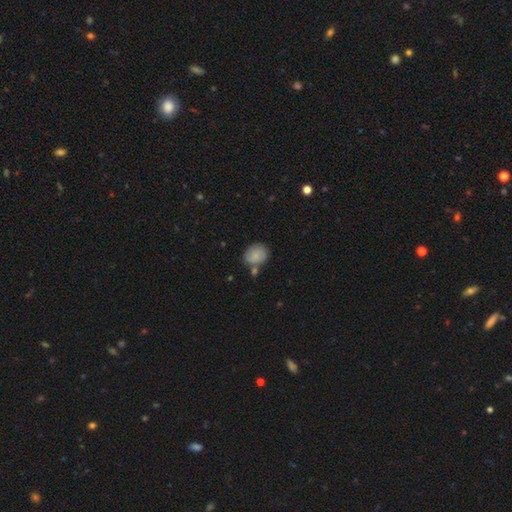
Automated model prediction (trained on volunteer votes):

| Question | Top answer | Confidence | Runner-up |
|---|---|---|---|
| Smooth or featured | smooth | 74% | featured or disk (18%) |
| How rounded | round | 55% | in between (44%) |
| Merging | none | 60% | minor disturbance (20%) |